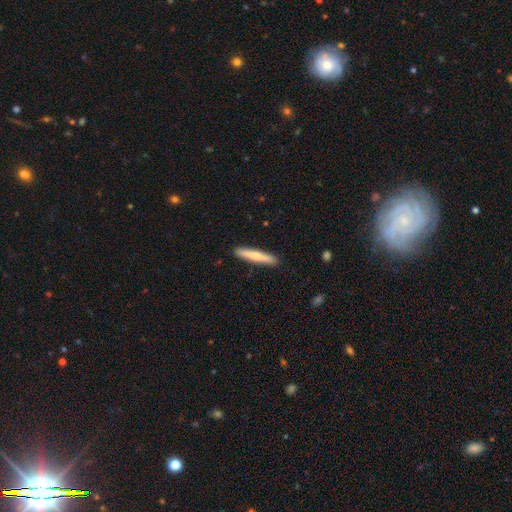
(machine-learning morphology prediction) Smooth or featured? smooth (69%)
How rounded? cigar-shaped (93%)
Merging? none (90%)